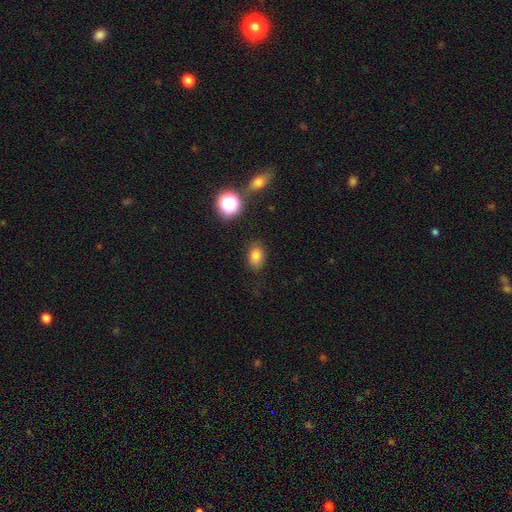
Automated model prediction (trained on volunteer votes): Q: Smooth or featured?
A: smooth (78%); runner-up: star or artifact (14%)
Q: How rounded?
A: in between (78%); runner-up: round (21%)
Q: Merging?
A: none (83%); runner-up: minor disturbance (12%)